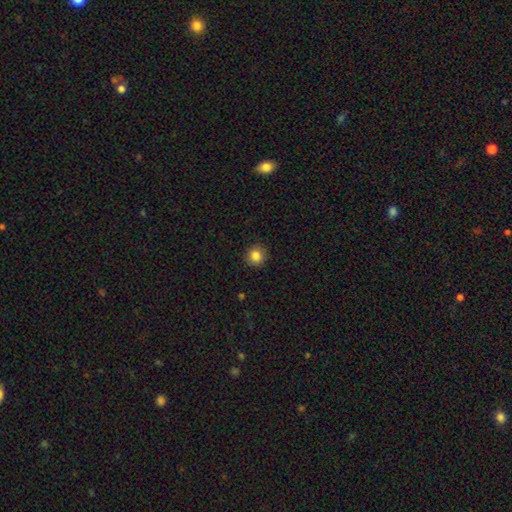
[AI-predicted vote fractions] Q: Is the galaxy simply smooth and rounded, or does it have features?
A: smooth — 85%.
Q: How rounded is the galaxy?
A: round — 91%.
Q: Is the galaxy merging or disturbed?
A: none — 91%.